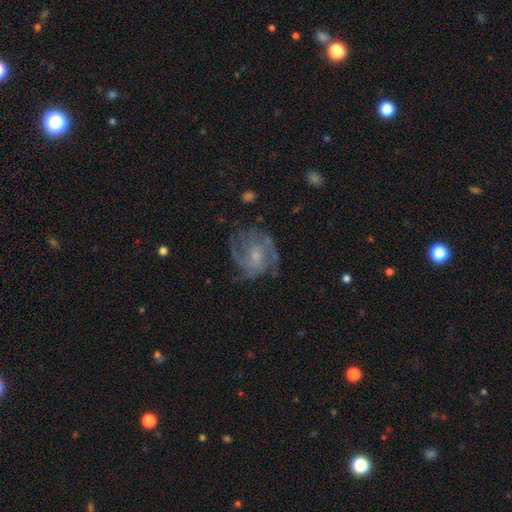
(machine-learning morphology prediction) Q: Smooth or featured?
A: featured or disk (79%); runner-up: smooth (13%)
Q: Edge-on disk?
A: no (98%); runner-up: yes (2%)
Q: Bar?
A: no (69%); runner-up: weak (27%)
Q: Spiral arms?
A: yes (90%); runner-up: no (10%)
Q: Spiral winding?
A: medium (46%); runner-up: tight (38%)
Q: Spiral arm count?
A: 3 (29%); runner-up: can't tell (26%)
Q: Bulge size?
A: small (63%); runner-up: moderate (28%)
Q: Merging?
A: none (65%); runner-up: minor disturbance (20%)